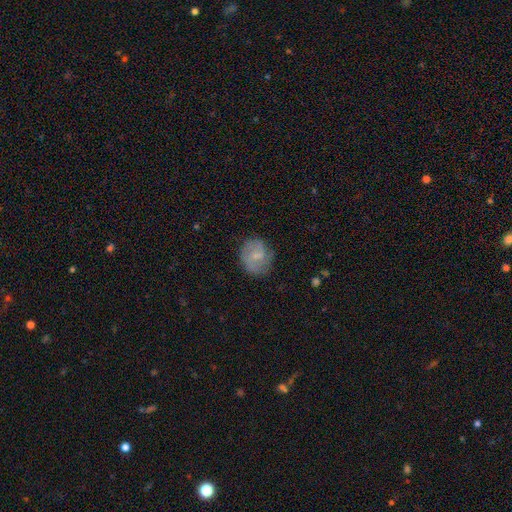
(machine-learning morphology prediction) Smooth or featured? Predicted: smooth (p=0.52). How rounded? Predicted: round (p=0.74). Merging? Predicted: none (p=0.69).